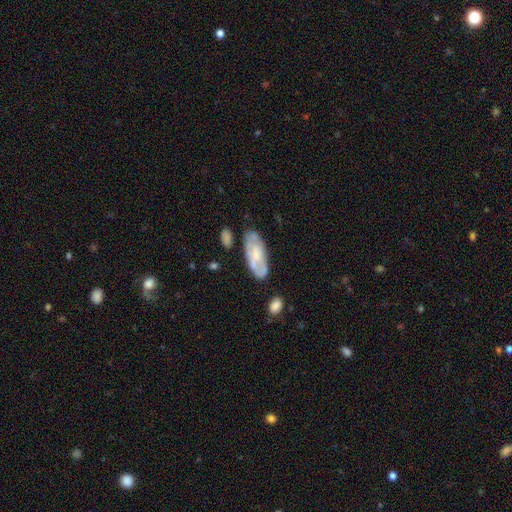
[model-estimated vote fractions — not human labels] Smooth or featured?
  - featured or disk: 52% *
  - smooth: 42%
  - star or artifact: 6%
Edge-on disk?
  - no: 87% *
  - yes: 13%
Merging?
  - none: 63% *
  - minor disturbance: 24%
  - major disturbance: 7%
  - merger: 5%